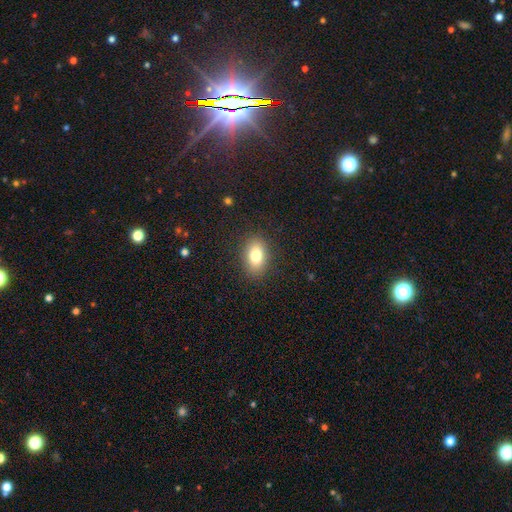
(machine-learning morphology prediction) Q: Smooth or featured?
A: smooth (79%); runner-up: featured or disk (11%)
Q: How rounded?
A: in between (81%); runner-up: round (17%)
Q: Merging?
A: none (87%); runner-up: minor disturbance (9%)